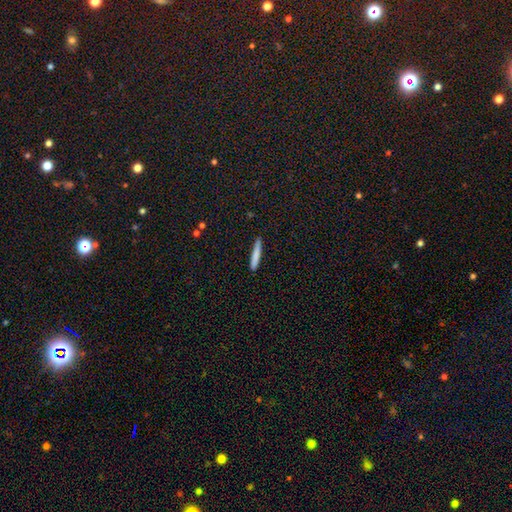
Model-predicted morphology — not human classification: The model was most divided on "smooth or featured": smooth: 80%, featured or disk: 14%, star or artifact: 6%. More confident: how rounded — cigar-shaped (94%); merging — none (89%).